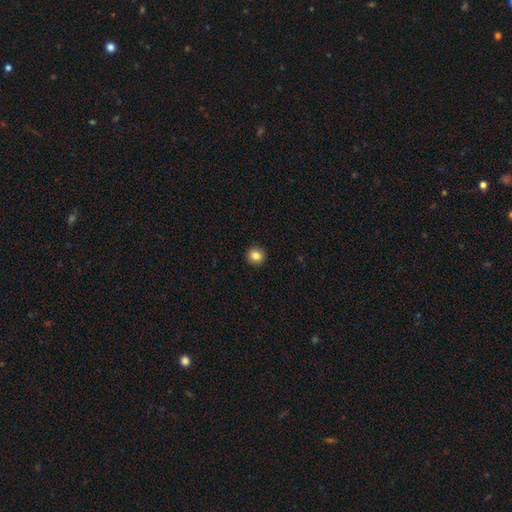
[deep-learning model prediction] Overall: smooth (85%). How rounded: round (93%). Merging: none (93%).